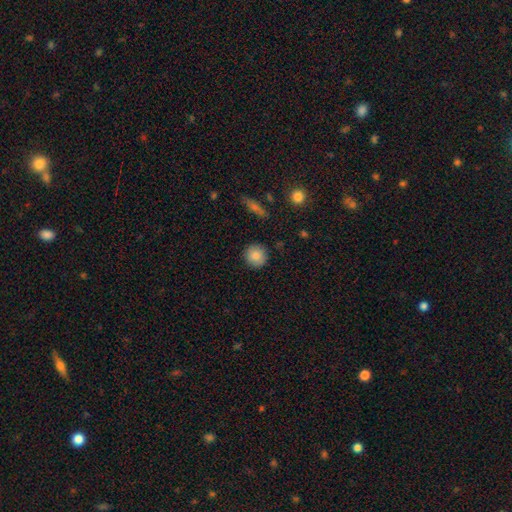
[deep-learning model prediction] A smooth galaxy with no disk features (85%) that is round (93%).

Vote fractions:
- Smooth or featured? smooth: 85% / star or artifact: 8% / featured or disk: 6%
- How rounded? round: 93% / in between: 6% / cigar-shaped: 1%
- Merging? none: 90% / minor disturbance: 7% / major disturbance: 2% / merger: 1%